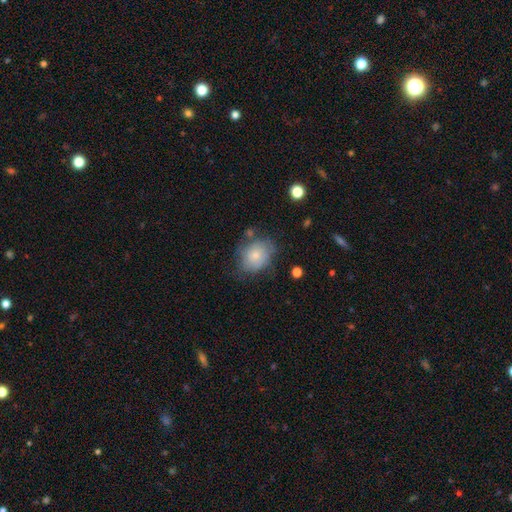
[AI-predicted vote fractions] smooth_or_featured: smooth (p=0.66) [alt: featured or disk p=0.27]
how_rounded: round (p=0.54) [alt: in between p=0.46]
merging: none (p=0.56) [alt: minor disturbance p=0.29]